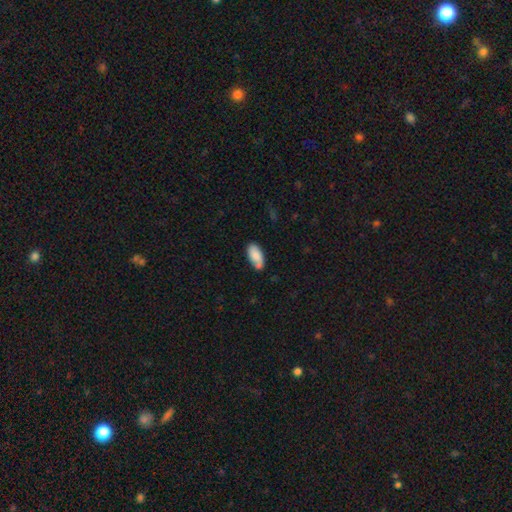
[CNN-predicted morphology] Overall: smooth (82%). How rounded: in between (90%). Merging: none (65%).